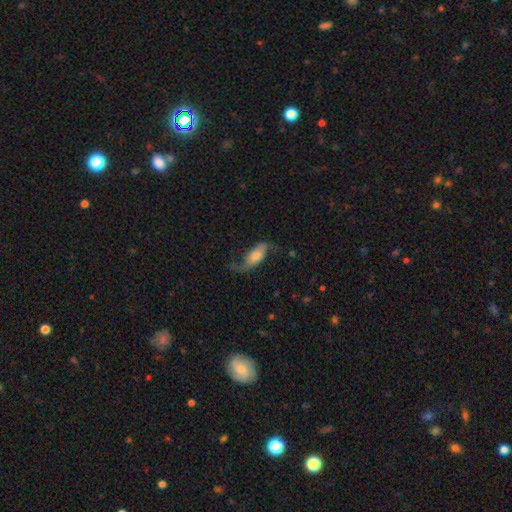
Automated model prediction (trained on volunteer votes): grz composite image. It shows a featured or disk galaxy (61%) with no bar (54%), spiral arms (90%) and a moderate central bulge (39%). Merging: none (56%).